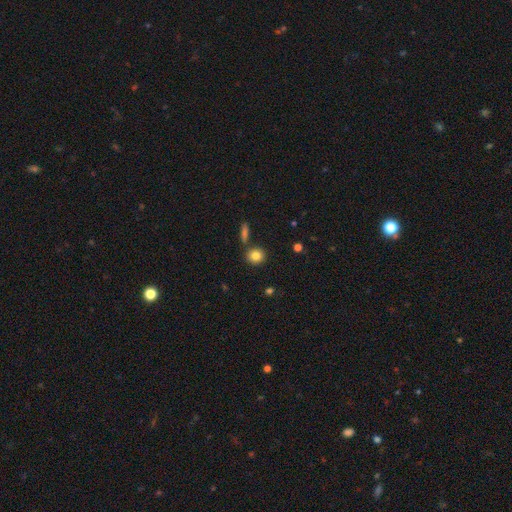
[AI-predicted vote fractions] smooth 82%, star or artifact 10%, featured or disk 8%. Down the decision tree: how rounded — round (80%); merging — none (81%).